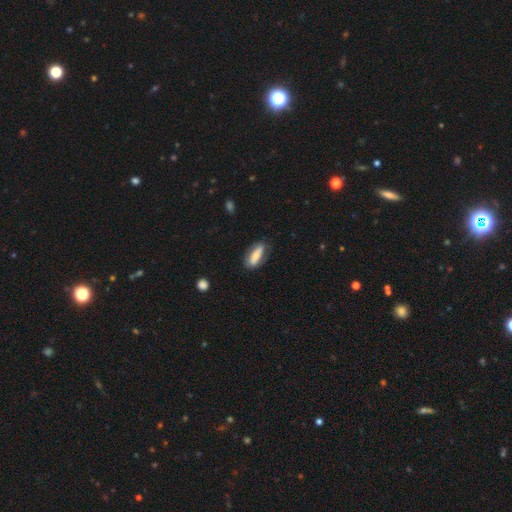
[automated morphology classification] Smooth or featured?
  - smooth: 71% *
  - featured or disk: 22%
  - star or artifact: 7%
How rounded?
  - in between: 62% *
  - cigar-shaped: 35%
  - round: 2%
Merging?
  - none: 75% *
  - minor disturbance: 18%
  - major disturbance: 5%
  - merger: 2%